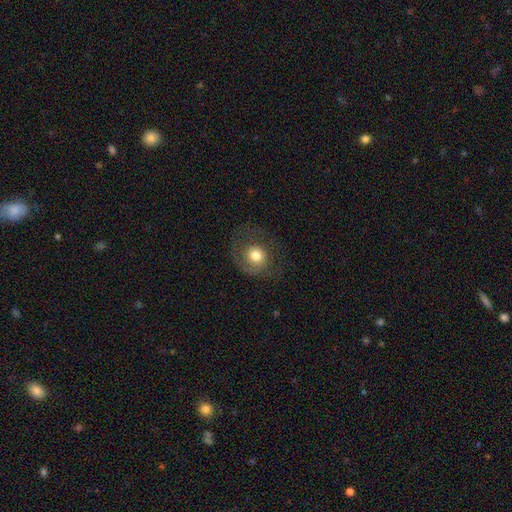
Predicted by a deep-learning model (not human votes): Q: Smooth or featured?
A: smooth (60%); runner-up: featured or disk (31%)
Q: How rounded?
A: round (78%); runner-up: in between (21%)
Q: Merging?
A: none (59%); runner-up: major disturbance (21%)